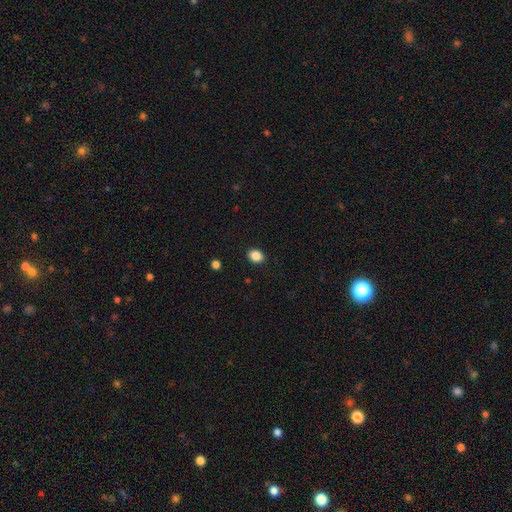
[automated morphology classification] Smooth or featured? smooth (88%)
How rounded? in between (54%)
Merging? none (90%)